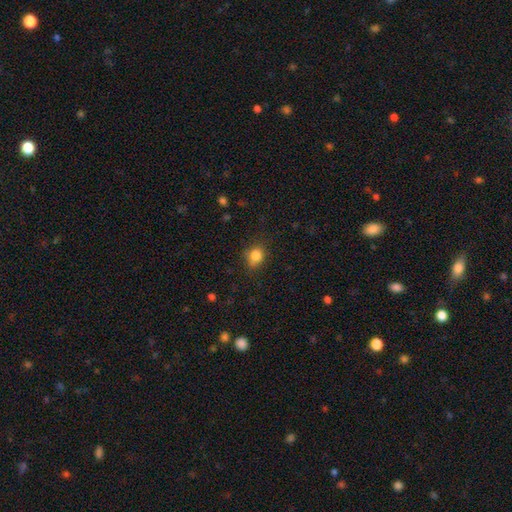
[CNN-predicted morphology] smooth_or_featured: smooth (p=0.82) [alt: star or artifact p=0.11]
how_rounded: round (p=0.62) [alt: in between p=0.37]
merging: none (p=0.70) [alt: minor disturbance p=0.22]